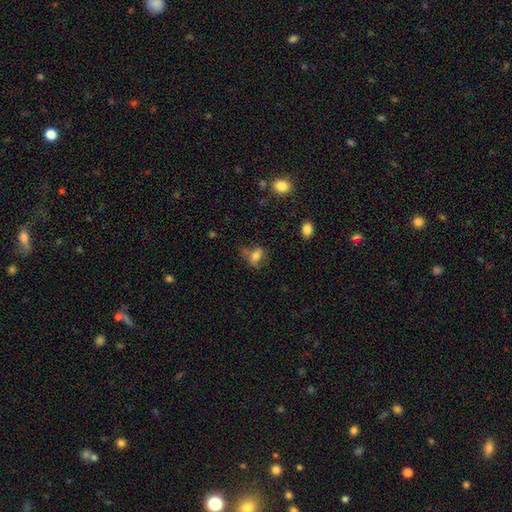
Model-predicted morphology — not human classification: Smooth or featured? smooth (68%)
How rounded? in between (71%)
Merging? none (50%)